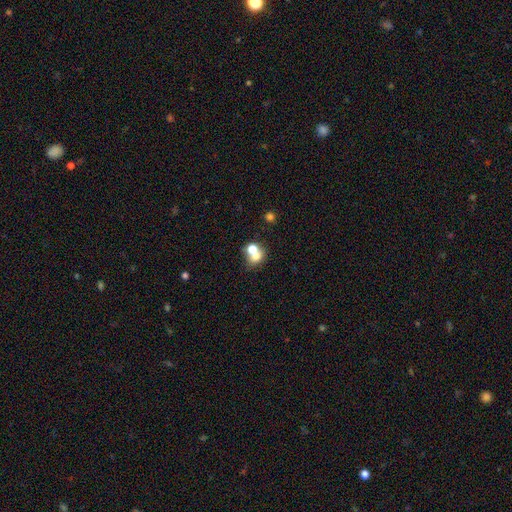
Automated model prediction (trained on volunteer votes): Smooth or featured?
  - smooth: 67% *
  - featured or disk: 18%
  - star or artifact: 15%
How rounded?
  - round: 62% *
  - in between: 37%
  - cigar-shaped: 1%
Merging?
  - merger: 54% *
  - none: 33%
  - minor disturbance: 8%
  - major disturbance: 5%